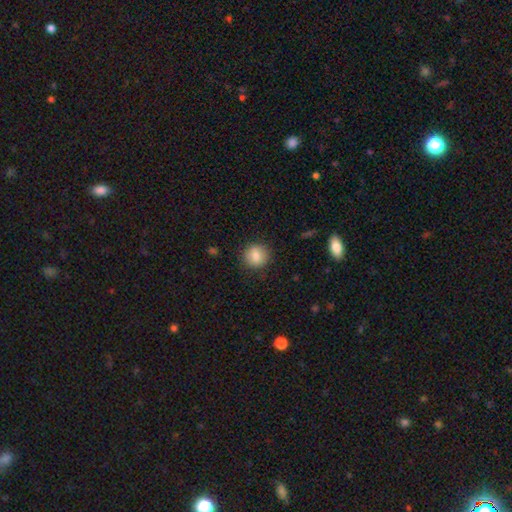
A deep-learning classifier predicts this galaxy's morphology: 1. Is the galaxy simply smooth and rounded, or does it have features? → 85% smooth, 9% star or artifact, 6% featured or disk.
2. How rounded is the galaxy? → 88% round, 11% in between, 1% cigar-shaped.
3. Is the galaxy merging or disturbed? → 88% none, 8% minor disturbance, 3% major disturbance, 1% merger.